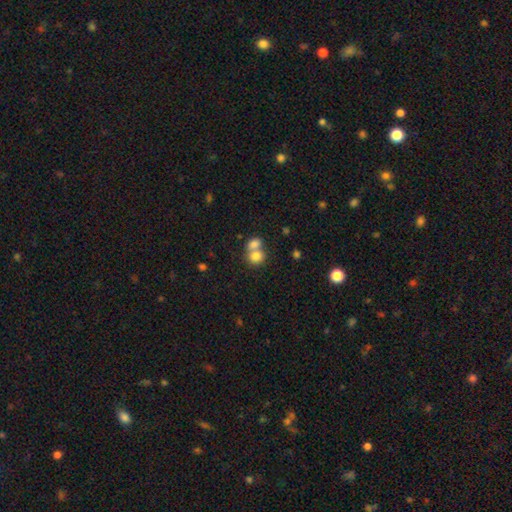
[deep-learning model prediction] Smooth or featured: smooth — 79% (featured or disk — 11%)
How rounded: round — 66% (in between — 33%)
Merging: merger — 62% (none — 29%)